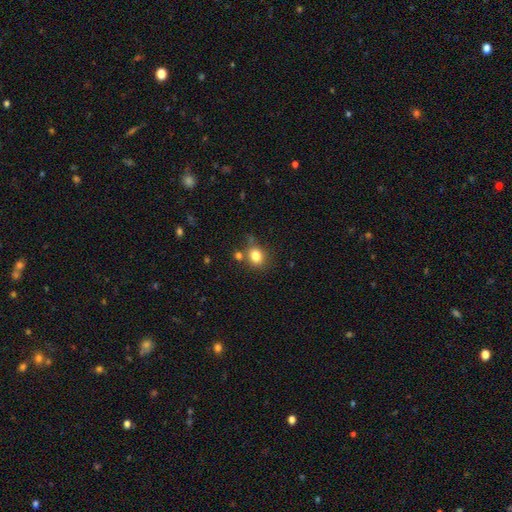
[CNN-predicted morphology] A smooth galaxy with no disk features (81%) that is round (63%).

Vote fractions:
- Smooth or featured? smooth: 81% / star or artifact: 11% / featured or disk: 8%
- How rounded? round: 63% / in between: 36% / cigar-shaped: 1%
- Merging? none: 66% / minor disturbance: 15% / merger: 14% / major disturbance: 5%